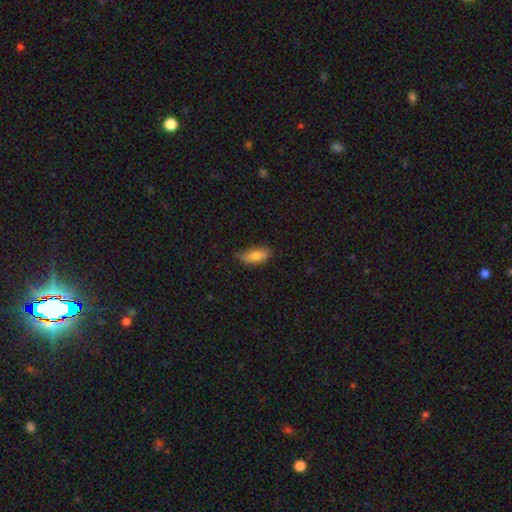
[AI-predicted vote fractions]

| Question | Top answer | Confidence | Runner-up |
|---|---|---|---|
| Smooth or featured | smooth | 79% | featured or disk (14%) |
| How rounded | in between | 84% | cigar-shaped (13%) |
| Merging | none | 64% | minor disturbance (29%) |